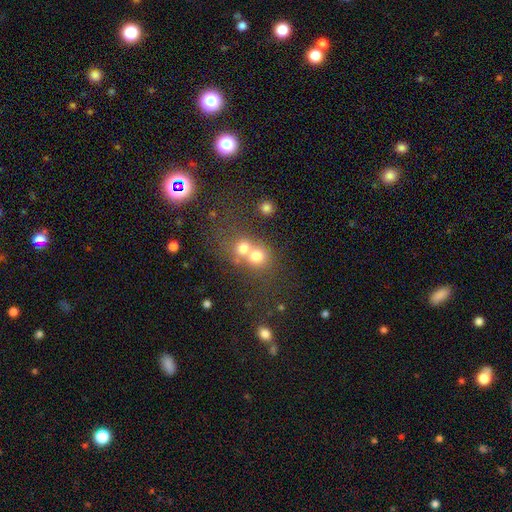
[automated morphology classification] This appears to be a smooth galaxy with no disk features (71%) that is round (79%). Merging: merger (61%).